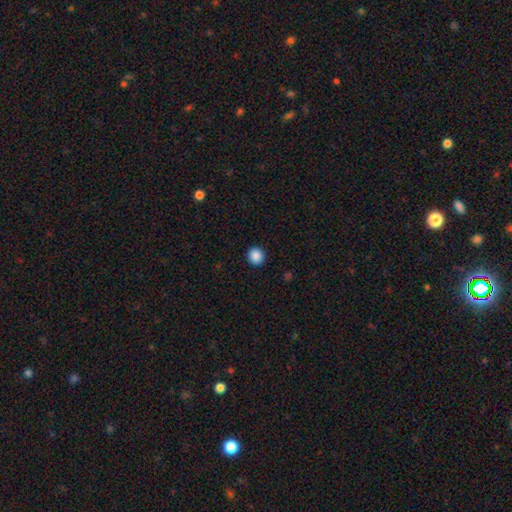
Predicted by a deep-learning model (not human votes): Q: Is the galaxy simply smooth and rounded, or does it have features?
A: smooth — 88%.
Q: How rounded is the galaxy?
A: round — 93%.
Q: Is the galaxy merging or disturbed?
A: none — 93%.